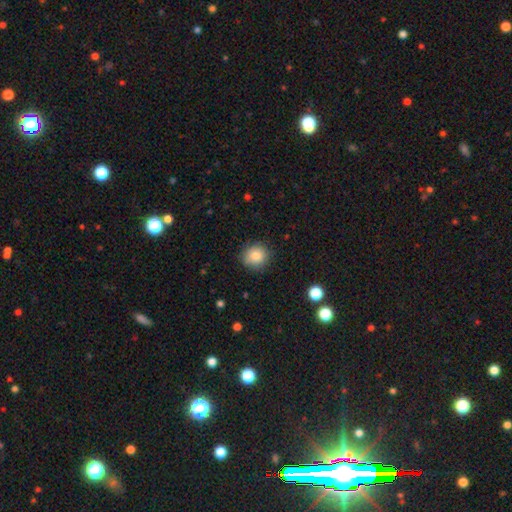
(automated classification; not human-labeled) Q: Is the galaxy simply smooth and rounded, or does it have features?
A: smooth — 82%.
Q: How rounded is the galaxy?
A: round — 88%.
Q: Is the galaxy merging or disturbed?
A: none — 86%.